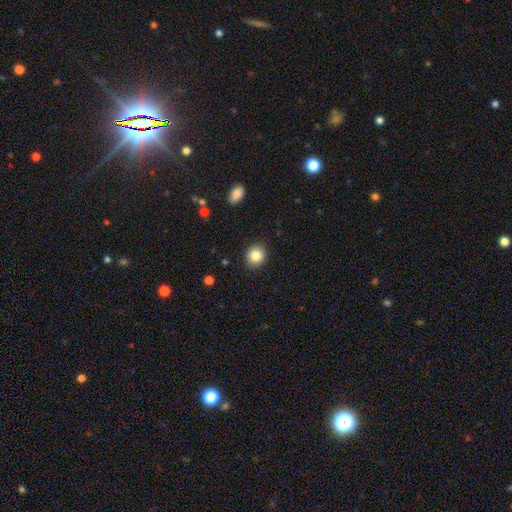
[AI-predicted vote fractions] Q: Smooth or featured?
A: smooth (84%); runner-up: star or artifact (9%)
Q: How rounded?
A: round (75%); runner-up: in between (24%)
Q: Merging?
A: none (89%); runner-up: minor disturbance (8%)